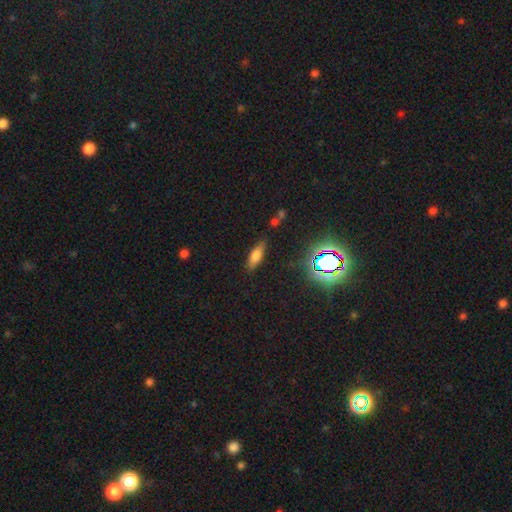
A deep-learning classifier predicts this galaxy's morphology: A smooth galaxy with no disk features (69%) that is in between round and cigar-shaped (65%).

Vote fractions:
- Smooth or featured? smooth: 69% / featured or disk: 16% / star or artifact: 15%
- How rounded? in between: 65% / cigar-shaped: 32% / round: 3%
- Merging? none: 80% / minor disturbance: 13% / major disturbance: 4% / merger: 3%